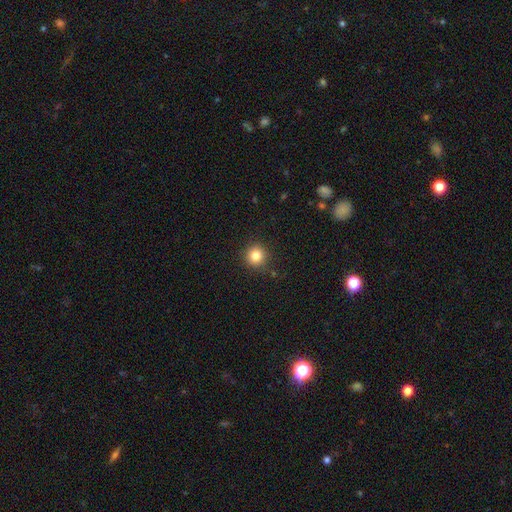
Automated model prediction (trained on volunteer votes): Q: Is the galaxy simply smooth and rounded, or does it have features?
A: smooth — 83%.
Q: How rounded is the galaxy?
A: round — 94%.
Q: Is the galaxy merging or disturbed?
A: none — 90%.